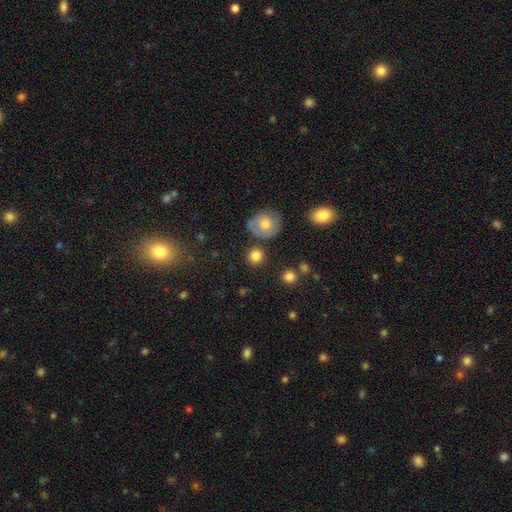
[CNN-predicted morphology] The model was most divided on "merging": none: 82%, minor disturbance: 10%, merger: 5%, major disturbance: 3%. More confident: how rounded — round (88%); smooth or featured — smooth (84%).